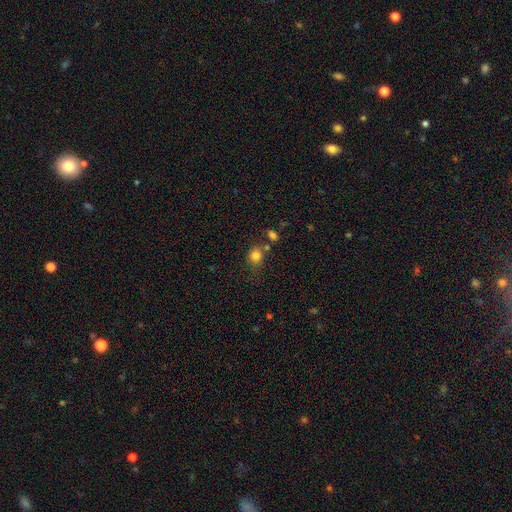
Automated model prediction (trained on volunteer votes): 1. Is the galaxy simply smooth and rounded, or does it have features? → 82% smooth, 12% star or artifact, 6% featured or disk.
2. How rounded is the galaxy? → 71% round, 28% in between, 1% cigar-shaped.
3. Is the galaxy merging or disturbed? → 63% none, 17% minor disturbance, 14% merger, 6% major disturbance.